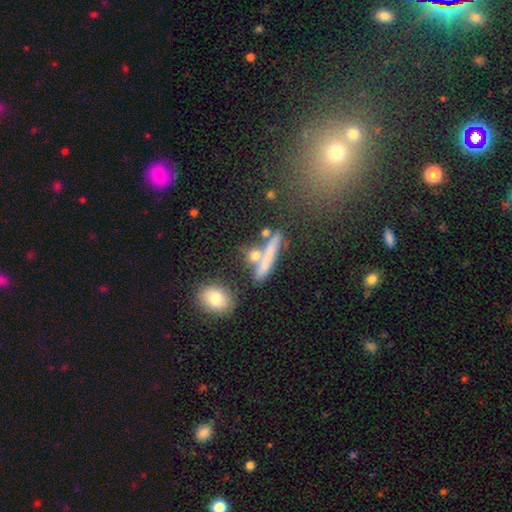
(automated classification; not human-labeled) smooth-or-featured: smooth: 64% | featured or disk: 22% | star or artifact: 14%
  how-rounded: cigar-shaped: 55% | round: 27% | in between: 18%
  merging: none: 61% | merger: 22% | minor disturbance: 11% | major disturbance: 6%